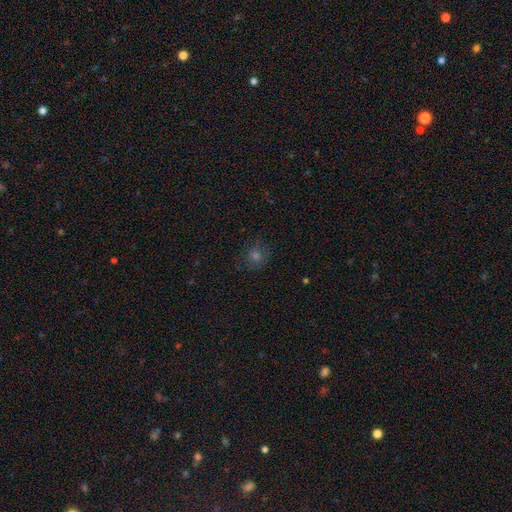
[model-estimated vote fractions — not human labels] Overall: smooth (57%; star or artifact 29%). How rounded: round (85%). Merging: none (80%).